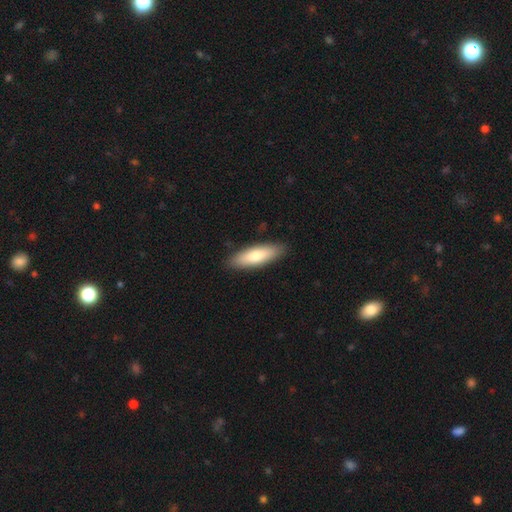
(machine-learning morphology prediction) smooth_or_featured: smooth (p=0.74) [alt: featured or disk p=0.20]
how_rounded: cigar-shaped (p=0.50) [alt: in between p=0.48]
merging: none (p=0.88) [alt: minor disturbance p=0.09]